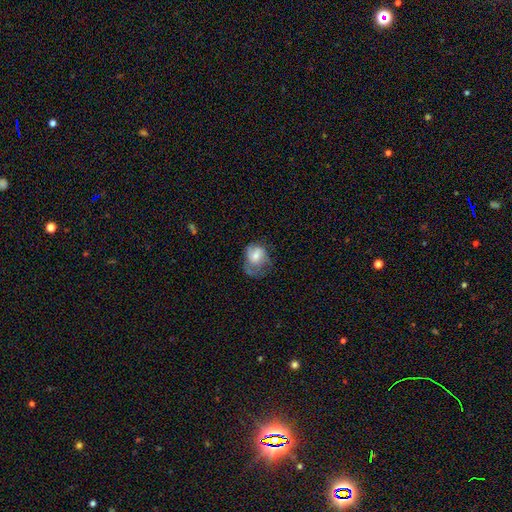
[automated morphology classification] smooth_or_featured: smooth (p=0.54) [alt: featured or disk p=0.38]
how_rounded: round (p=0.52) [alt: in between p=0.47]
merging: major disturbance (p=0.34) [alt: none p=0.33]